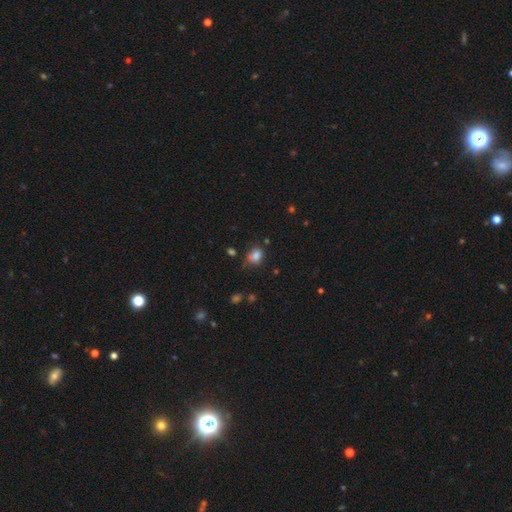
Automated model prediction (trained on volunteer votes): Smooth or featured? Predicted: smooth (p=0.82). How rounded? Predicted: round (p=0.50). Merging? Predicted: none (p=0.62).